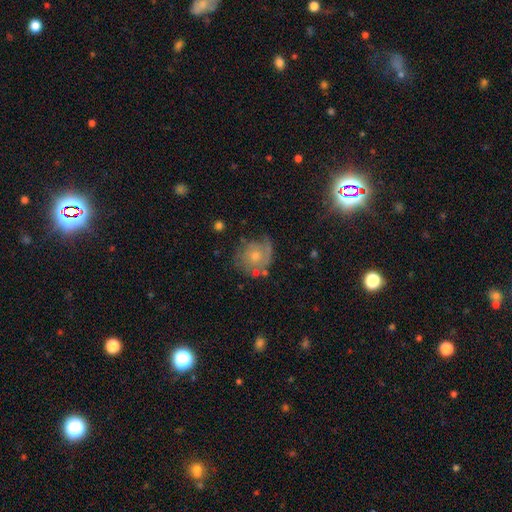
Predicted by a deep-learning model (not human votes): A featured or disk galaxy (48%).

Vote fractions:
- Smooth or featured? featured or disk: 48% / smooth: 44% / star or artifact: 8%
- Merging? none: 54% / minor disturbance: 27% / major disturbance: 13% / merger: 5%